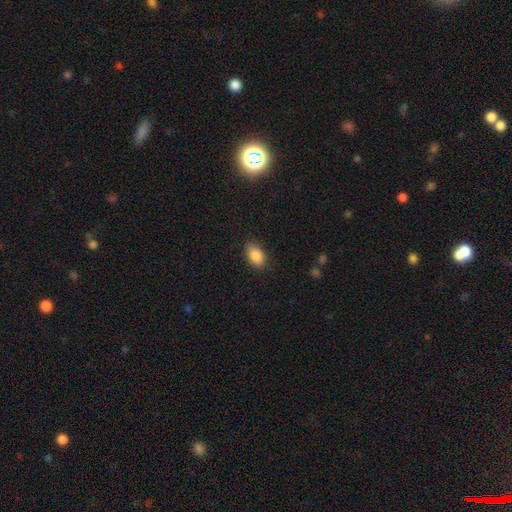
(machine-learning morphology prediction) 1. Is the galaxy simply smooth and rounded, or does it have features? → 87% smooth, 8% star or artifact, 5% featured or disk.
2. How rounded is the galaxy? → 89% in between, 9% round, 2% cigar-shaped.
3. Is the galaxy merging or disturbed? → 85% none, 11% minor disturbance, 3% major disturbance, 1% merger.